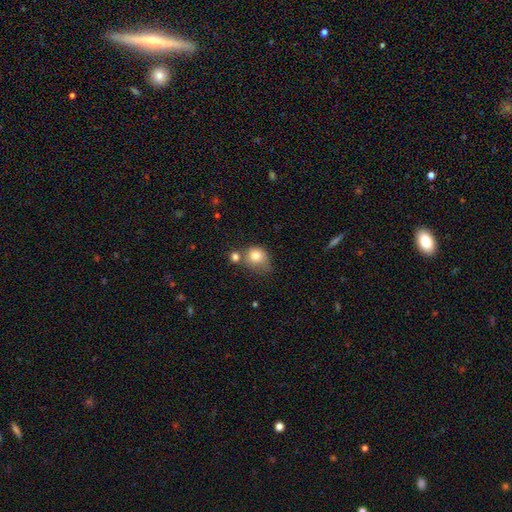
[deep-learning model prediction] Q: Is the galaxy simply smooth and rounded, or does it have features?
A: smooth — 80%.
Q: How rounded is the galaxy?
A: round — 68%.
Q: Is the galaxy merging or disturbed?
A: none — 38%.